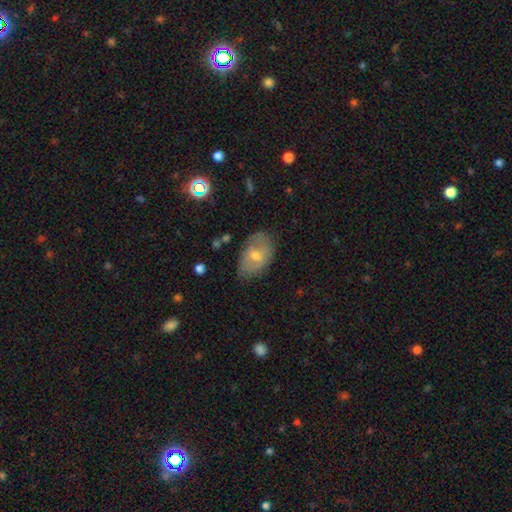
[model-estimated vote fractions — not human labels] Morphology: type=smooth (50%); merging=none (70%).